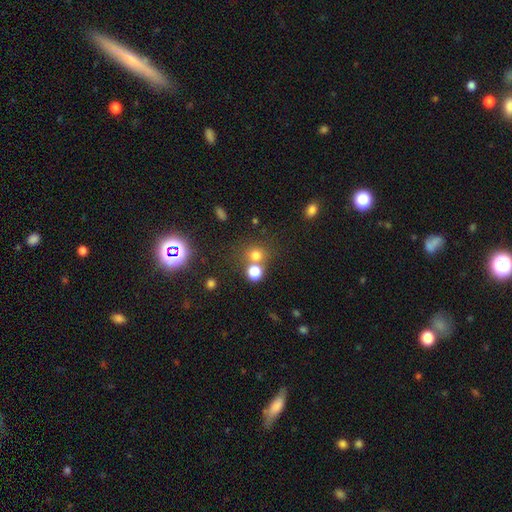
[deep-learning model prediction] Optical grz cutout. It shows a smooth galaxy with no disk features (71%) that is round (84%). Merging: none (59%).